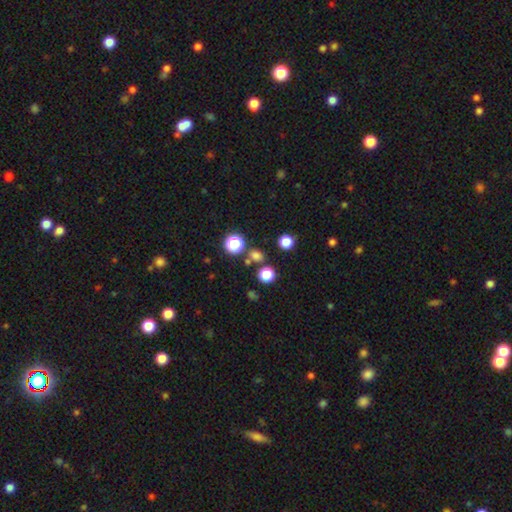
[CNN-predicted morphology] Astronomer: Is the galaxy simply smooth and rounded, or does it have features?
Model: smooth — 67%.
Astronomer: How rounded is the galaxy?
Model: round — 77%.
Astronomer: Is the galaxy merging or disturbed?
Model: none — 76%.